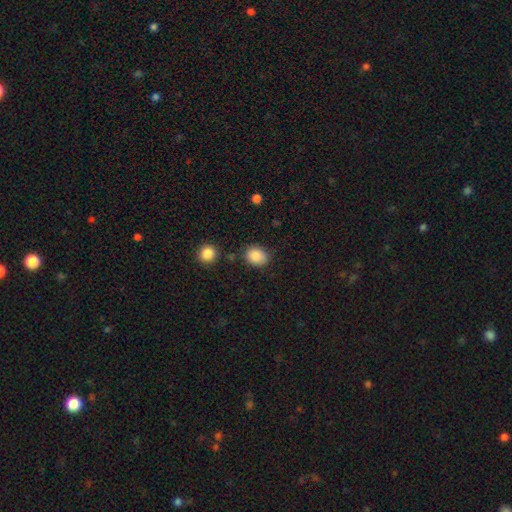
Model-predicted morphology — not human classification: smooth-or-featured: smooth: 86% | star or artifact: 9% | featured or disk: 5%
  how-rounded: in between: 52% | round: 47% | cigar-shaped: 1%
  merging: none: 79% | minor disturbance: 14% | merger: 4% | major disturbance: 3%